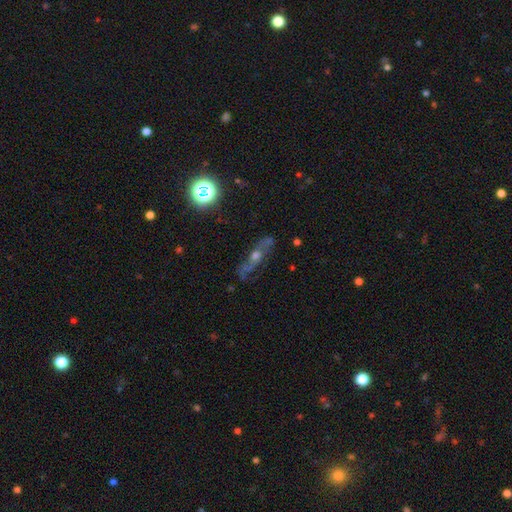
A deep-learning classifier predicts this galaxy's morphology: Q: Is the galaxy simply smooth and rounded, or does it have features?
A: featured or disk — 67%.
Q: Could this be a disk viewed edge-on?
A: no — 55%.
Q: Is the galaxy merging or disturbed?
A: none — 71%.